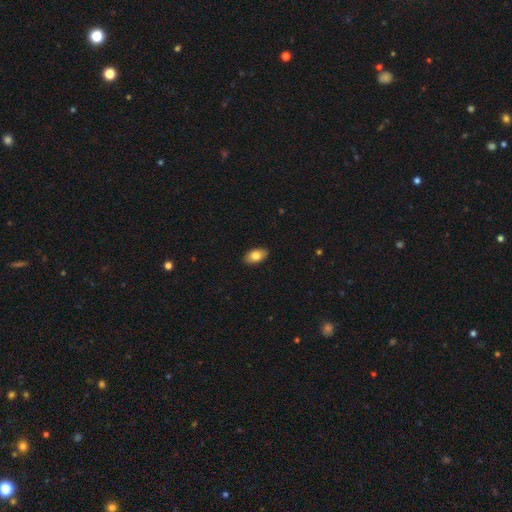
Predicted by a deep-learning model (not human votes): Smooth or featured? Predicted: smooth (p=0.81). How rounded? Predicted: in between (p=0.92). Merging? Predicted: none (p=0.90).